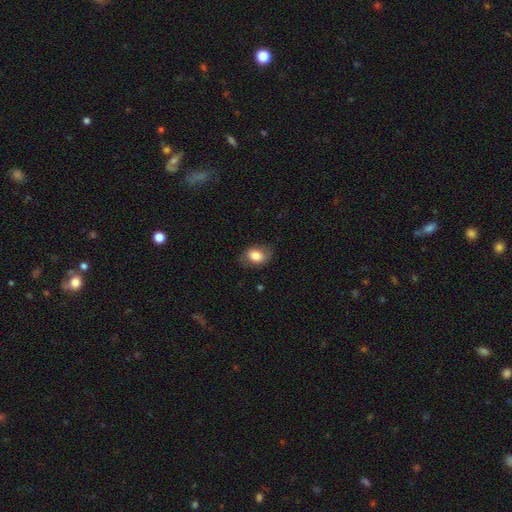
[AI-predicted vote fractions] Smooth or featured: smooth — 77% (featured or disk — 15%)
How rounded: in between — 76% (round — 22%)
Merging: none — 73% (minor disturbance — 20%)